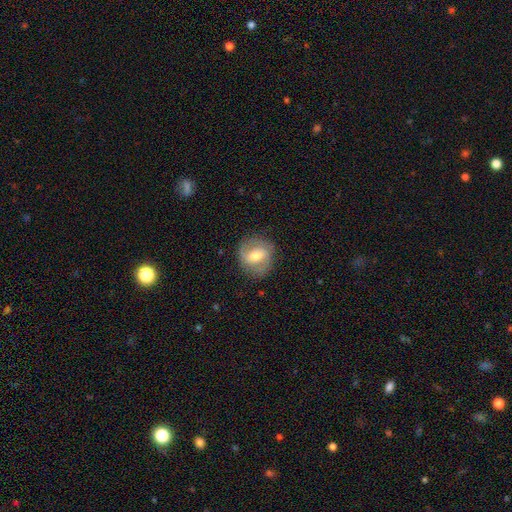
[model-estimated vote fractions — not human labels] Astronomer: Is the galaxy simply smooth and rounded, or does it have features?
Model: featured or disk — 60%.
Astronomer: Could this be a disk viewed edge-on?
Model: no — 96%.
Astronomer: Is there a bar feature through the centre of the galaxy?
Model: weak — 45% (runner-up: strong, 33%).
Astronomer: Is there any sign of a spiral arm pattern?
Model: yes — 74%.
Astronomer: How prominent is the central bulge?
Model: moderate — 67%.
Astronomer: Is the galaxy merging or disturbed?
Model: none — 78%.